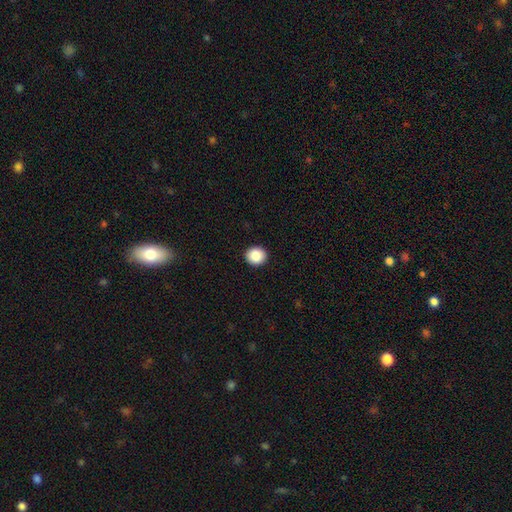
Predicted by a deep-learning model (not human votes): Smooth or featured? smooth (88%)
How rounded? round (87%)
Merging? none (93%)